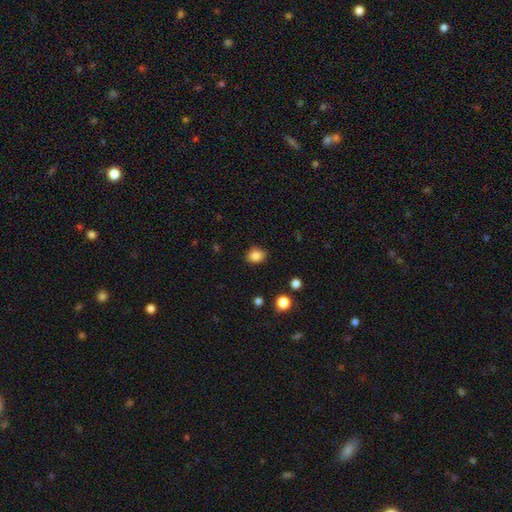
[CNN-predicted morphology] Smooth or featured? Predicted: smooth (p=0.84). How rounded? Predicted: round (p=0.53). Merging? Predicted: none (p=0.85).